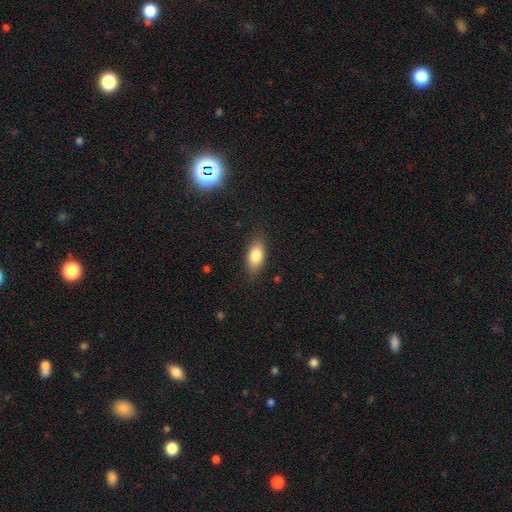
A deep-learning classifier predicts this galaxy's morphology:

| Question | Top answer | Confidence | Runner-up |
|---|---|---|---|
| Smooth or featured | smooth | 83% | featured or disk (10%) |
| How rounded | in between | 87% | cigar-shaped (8%) |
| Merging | none | 84% | minor disturbance (12%) |